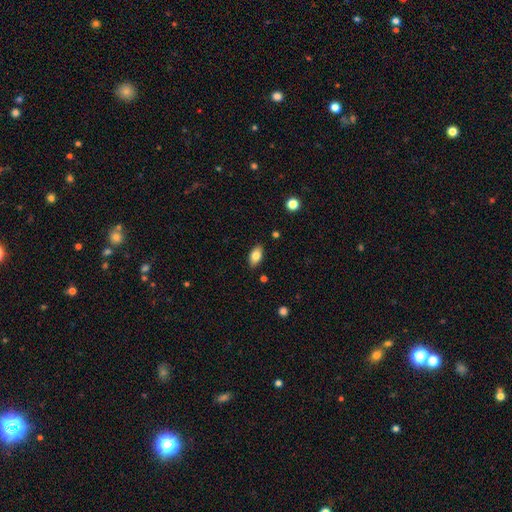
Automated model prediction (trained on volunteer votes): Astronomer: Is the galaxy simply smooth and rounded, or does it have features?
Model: smooth — 80%.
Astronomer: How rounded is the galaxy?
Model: in between — 92%.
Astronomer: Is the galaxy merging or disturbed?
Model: none — 87%.